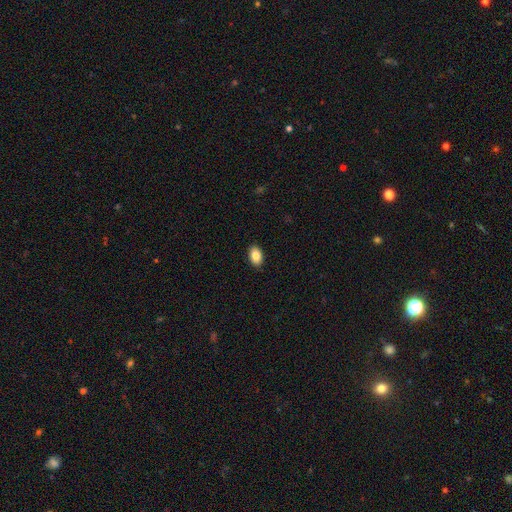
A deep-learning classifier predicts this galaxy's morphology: Smooth or featured? smooth (86%)
How rounded? in between (91%)
Merging? none (90%)